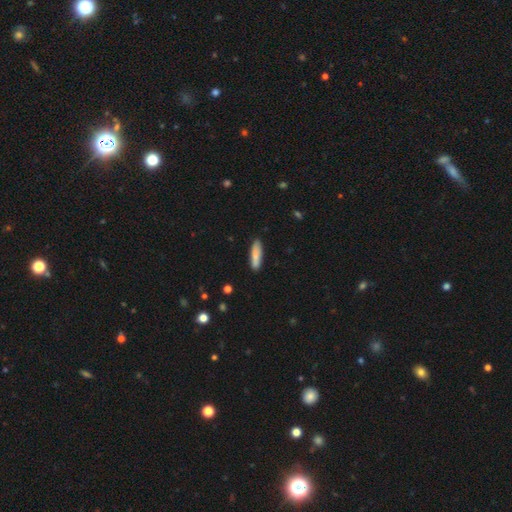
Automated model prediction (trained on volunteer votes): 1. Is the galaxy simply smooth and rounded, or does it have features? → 82% smooth, 12% featured or disk, 6% star or artifact.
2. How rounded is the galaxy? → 70% cigar-shaped, 29% in between, 1% round.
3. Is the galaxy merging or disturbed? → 86% none, 11% minor disturbance, 2% major disturbance, 2% merger.